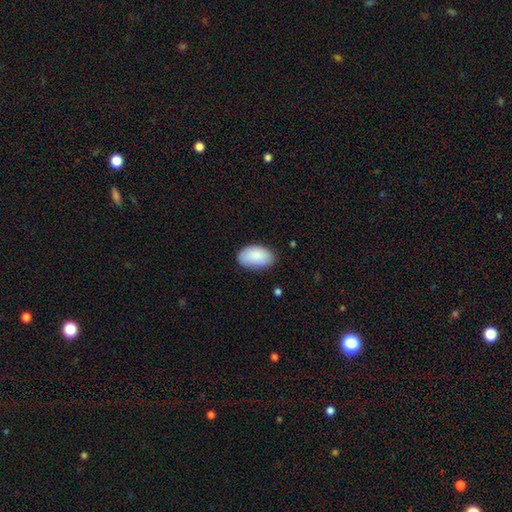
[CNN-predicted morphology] Smooth or featured?
  - smooth: 87% *
  - featured or disk: 7%
  - star or artifact: 6%
How rounded?
  - in between: 94% *
  - round: 4%
  - cigar-shaped: 1%
Merging?
  - none: 77% *
  - minor disturbance: 18%
  - major disturbance: 3%
  - merger: 1%